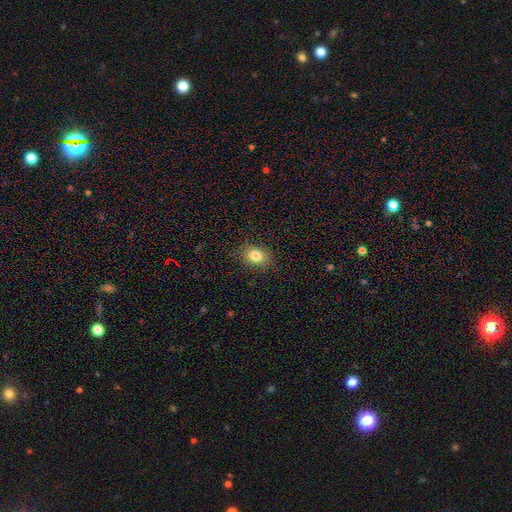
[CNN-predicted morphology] smooth_or_featured: smooth (p=0.83) [alt: star or artifact p=0.10]
how_rounded: in between (p=0.61) [alt: round p=0.38]
merging: none (p=0.85) [alt: minor disturbance p=0.11]